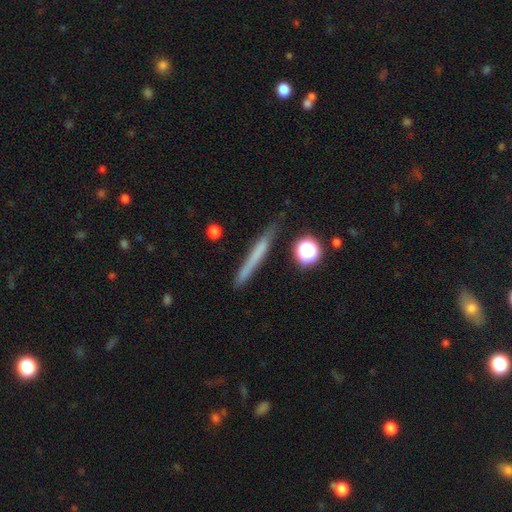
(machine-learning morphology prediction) smooth-or-featured: smooth: 56% | featured or disk: 35% | star or artifact: 9%
  how-rounded: cigar-shaped: 94% | round: 3% | in between: 3%
  merging: none: 80% | minor disturbance: 14% | major disturbance: 3% | merger: 3%